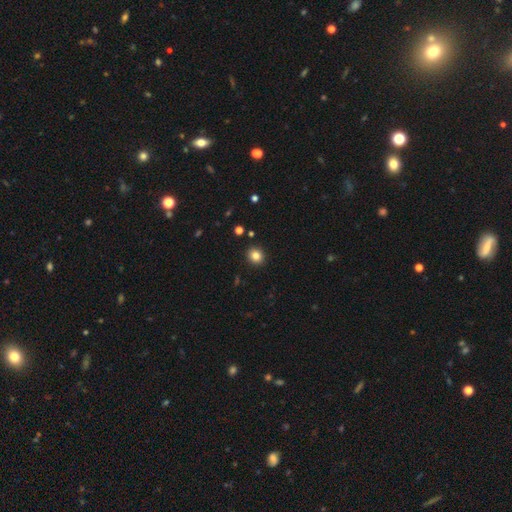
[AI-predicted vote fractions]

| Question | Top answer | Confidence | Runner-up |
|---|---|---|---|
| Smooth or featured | smooth | 82% | star or artifact (11%) |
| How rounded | round | 80% | in between (19%) |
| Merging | none | 92% | minor disturbance (5%) |